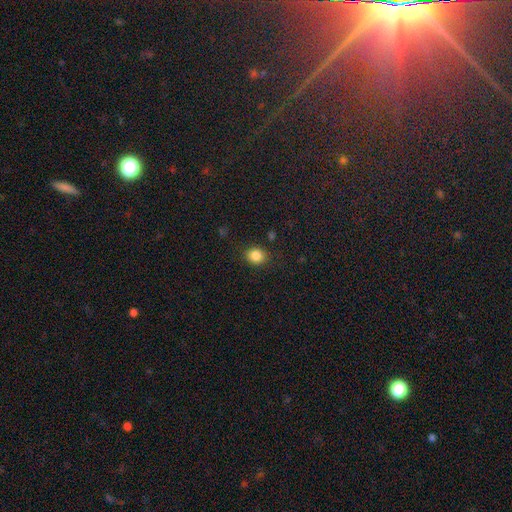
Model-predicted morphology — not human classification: Overall: smooth (85%). How rounded: round (71%). Merging: none (86%).